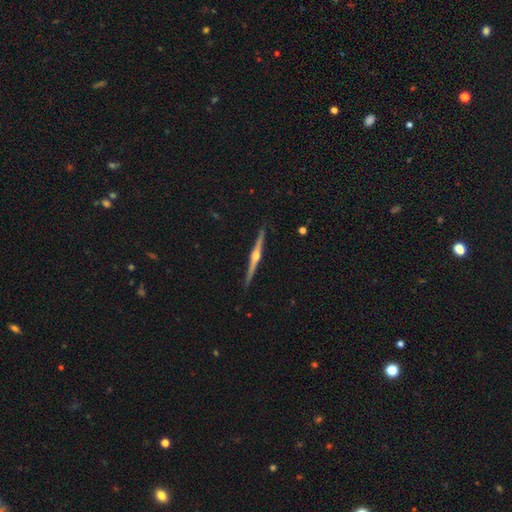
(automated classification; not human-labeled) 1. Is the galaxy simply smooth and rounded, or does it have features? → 86% featured or disk, 9% smooth, 5% star or artifact.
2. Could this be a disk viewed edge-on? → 99% yes, 1% no.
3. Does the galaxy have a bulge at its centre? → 93% rounded, 3% boxy, 3% none.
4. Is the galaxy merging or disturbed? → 92% none, 6% minor disturbance, 1% major disturbance, 1% merger.